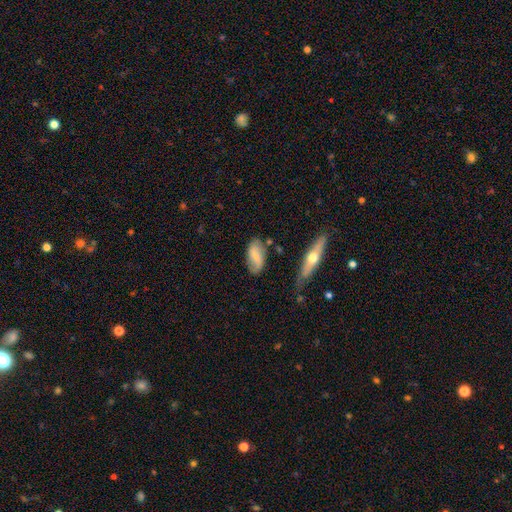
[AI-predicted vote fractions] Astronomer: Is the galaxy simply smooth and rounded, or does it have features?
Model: smooth — 58% (runner-up: featured or disk, 35%).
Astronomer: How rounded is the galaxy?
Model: in between — 89%.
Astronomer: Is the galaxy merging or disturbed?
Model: none — 70%.